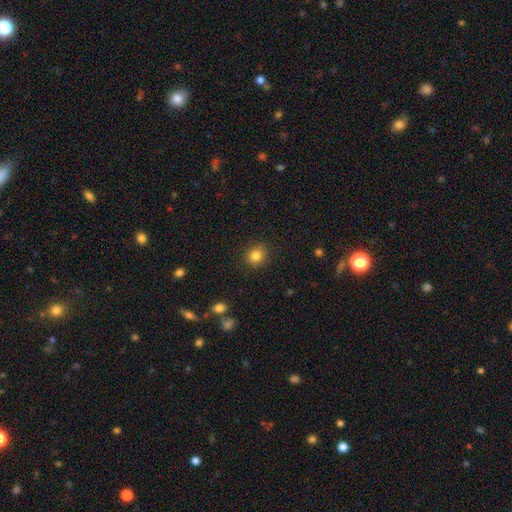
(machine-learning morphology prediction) This appears to be a smooth galaxy with no disk features (84%) that is round (83%). Merging: none (88%).